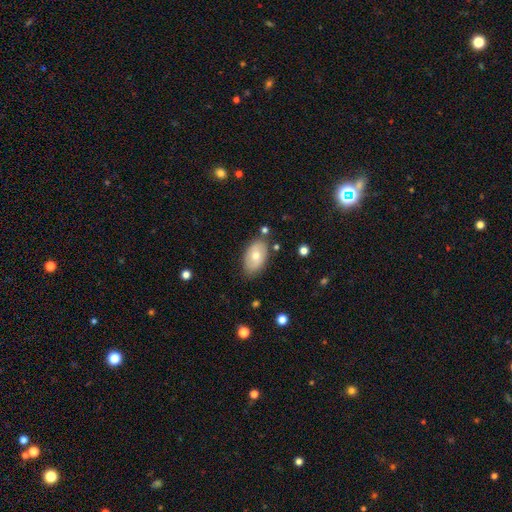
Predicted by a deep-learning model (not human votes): Q: Smooth or featured?
A: smooth (65%); runner-up: featured or disk (28%)
Q: How rounded?
A: in between (92%); runner-up: round (7%)
Q: Merging?
A: none (79%); runner-up: minor disturbance (15%)